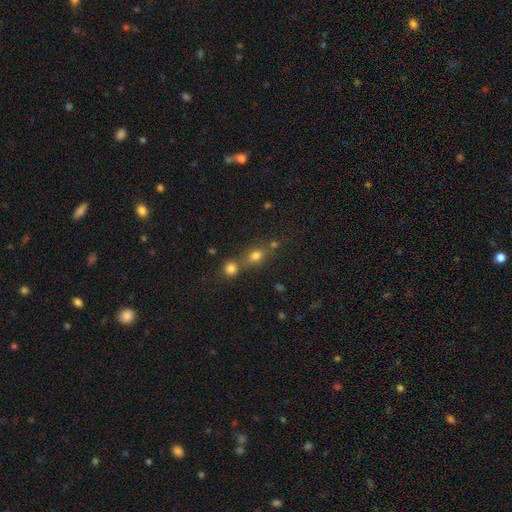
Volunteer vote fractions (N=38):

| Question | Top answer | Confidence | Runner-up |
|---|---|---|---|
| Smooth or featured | smooth | 87% | featured or disk (11%) |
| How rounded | round | 67% | in between (27%) |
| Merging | none | 43% | tied: merger (43%) |